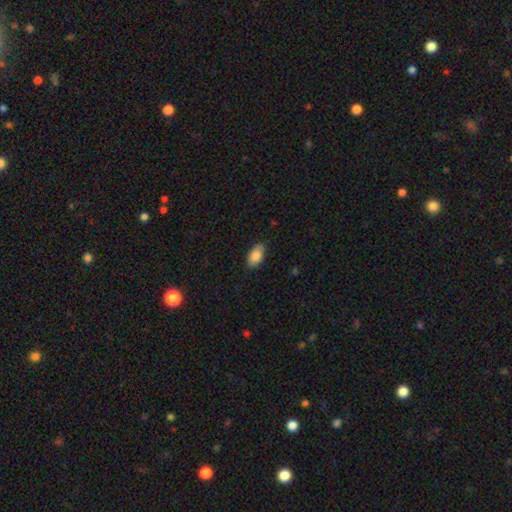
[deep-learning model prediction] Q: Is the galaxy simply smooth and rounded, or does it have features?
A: smooth — 85%.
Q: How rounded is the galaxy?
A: in between — 93%.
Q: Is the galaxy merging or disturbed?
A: none — 85%.